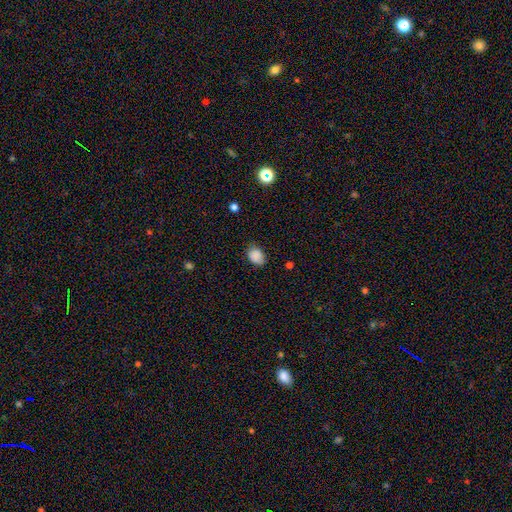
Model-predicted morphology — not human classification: This is clearly a smooth galaxy (87%). How rounded: likely in between (75%). Merging: likely none (70%).